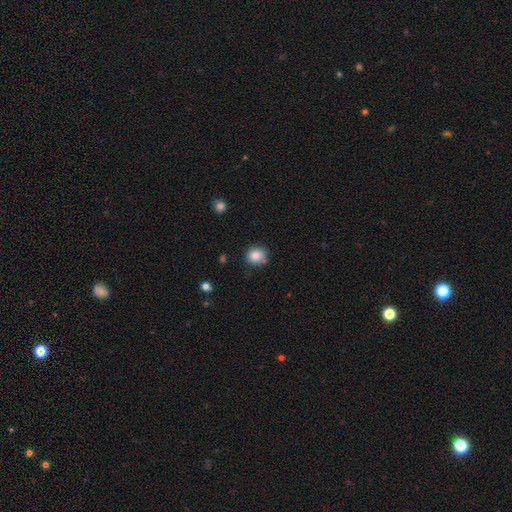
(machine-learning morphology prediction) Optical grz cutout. It shows a smooth galaxy with no disk features (85%) that is round (76%). Merging: none (78%).